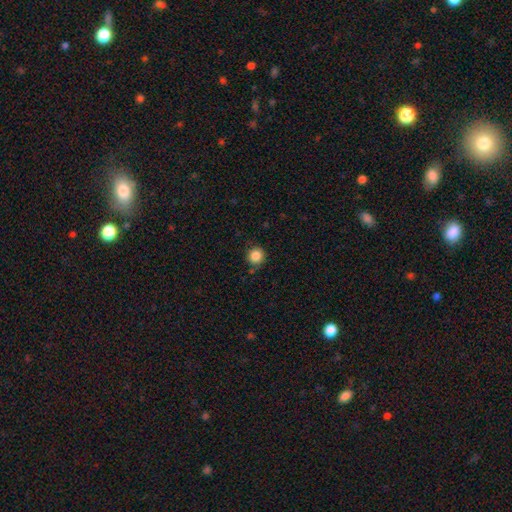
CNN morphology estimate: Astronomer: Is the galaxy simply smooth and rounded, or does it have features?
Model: smooth — 85%.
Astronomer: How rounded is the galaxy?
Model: round — 94%.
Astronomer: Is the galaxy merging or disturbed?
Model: none — 84%.